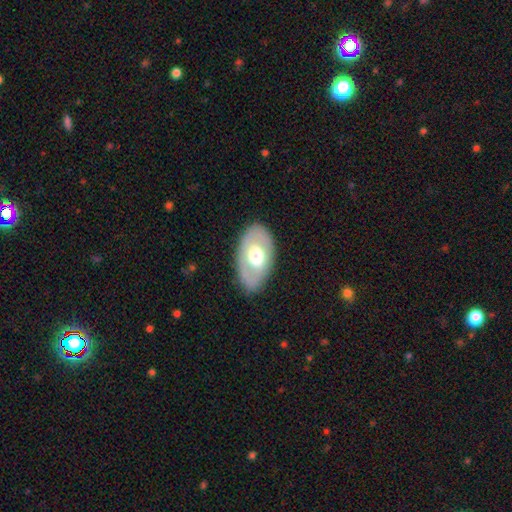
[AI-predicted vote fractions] Morphology: type=smooth (52%); roundness=in between (91%); merging=none (81%).